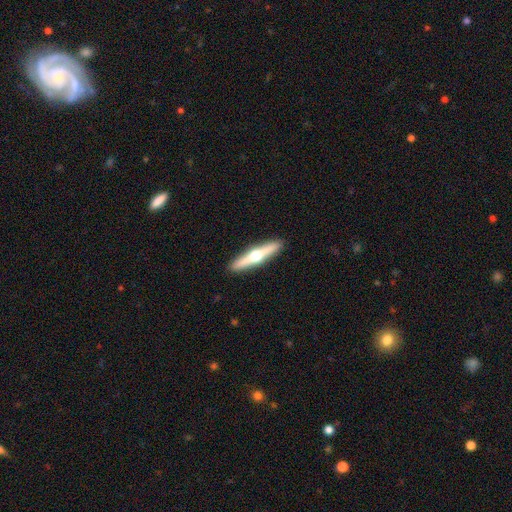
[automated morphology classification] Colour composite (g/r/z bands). It shows a featured or disk galaxy (65%) viewed edge-on (97%) with a rounded central bulge (96%). Merging: none (92%).